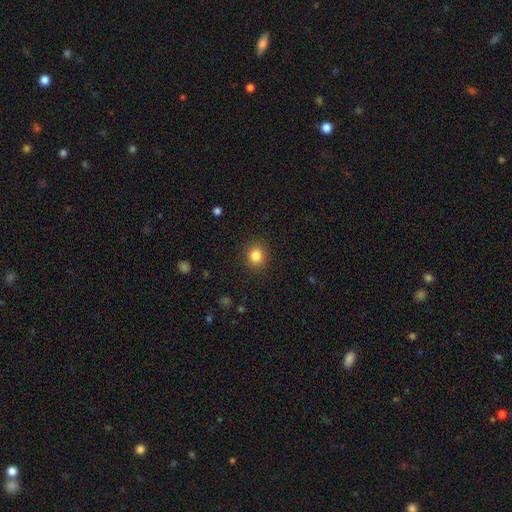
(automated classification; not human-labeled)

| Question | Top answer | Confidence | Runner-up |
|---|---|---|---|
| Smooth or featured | smooth | 84% | star or artifact (11%) |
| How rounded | round | 82% | in between (17%) |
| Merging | none | 90% | minor disturbance (7%) |